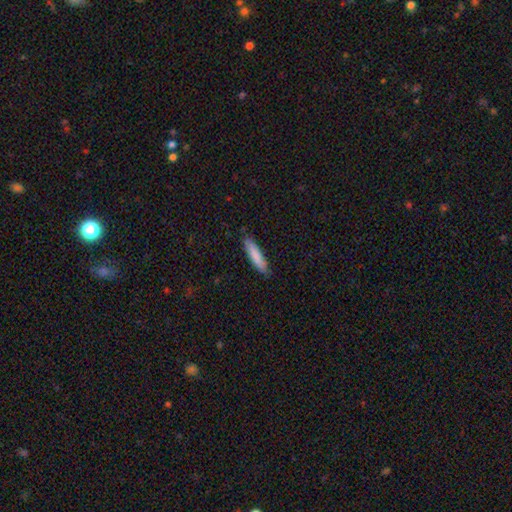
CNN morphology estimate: Smooth or featured?
  - smooth: 84% *
  - featured or disk: 10%
  - star or artifact: 6%
How rounded?
  - cigar-shaped: 80% *
  - in between: 19%
  - round: 1%
Merging?
  - none: 85% *
  - minor disturbance: 12%
  - major disturbance: 2%
  - merger: 1%